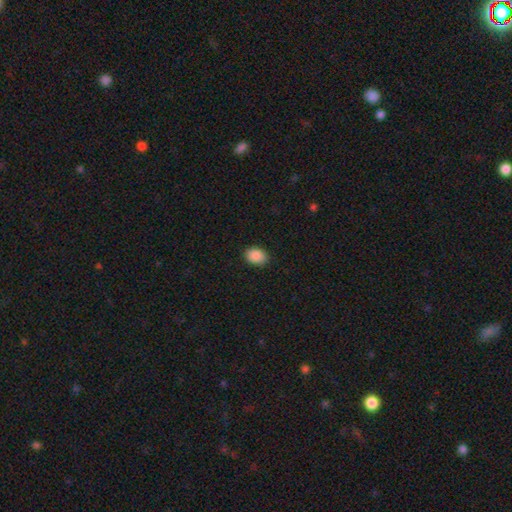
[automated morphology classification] Smooth or featured?
  - smooth: 90% *
  - star or artifact: 8%
  - featured or disk: 3%
How rounded?
  - in between: 66% *
  - round: 33%
  - cigar-shaped: 1%
Merging?
  - none: 89% *
  - minor disturbance: 8%
  - major disturbance: 2%
  - merger: 1%